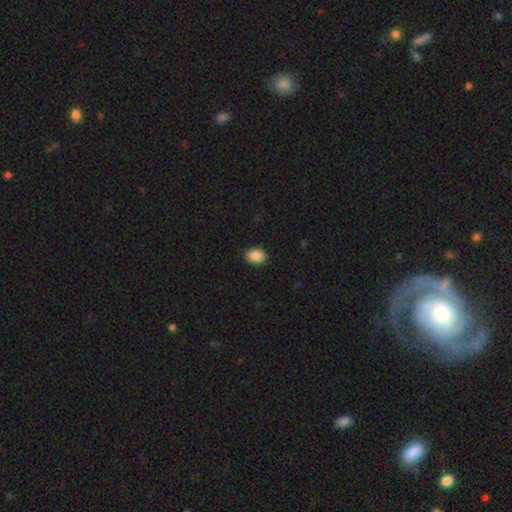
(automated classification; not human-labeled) smooth-or-featured: smooth: 89% | star or artifact: 8% | featured or disk: 3%
  how-rounded: in between: 64% | round: 35% | cigar-shaped: 1%
  merging: none: 90% | minor disturbance: 7% | major disturbance: 2% | merger: 1%